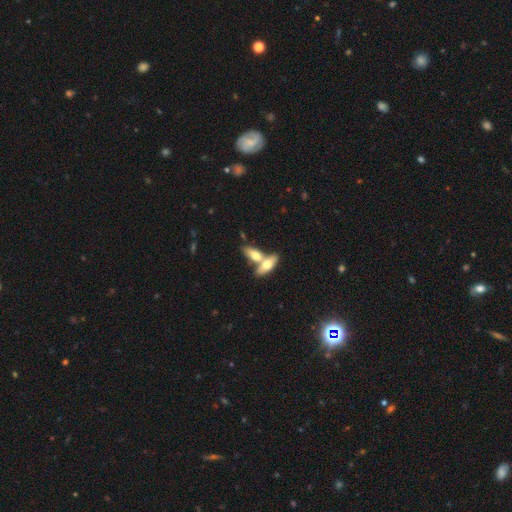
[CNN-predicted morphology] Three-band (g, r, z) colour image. It shows a smooth galaxy with no disk features (61%) that is in between round and cigar-shaped (72%). Merging: merger (61%).